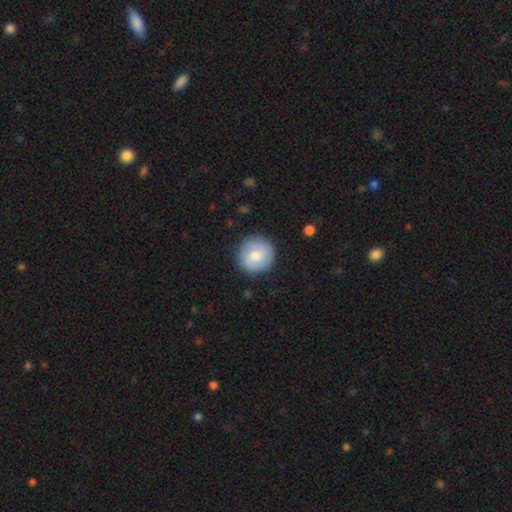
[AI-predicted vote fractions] Overall: smooth (74%). How rounded: round (94%). Merging: none (88%).